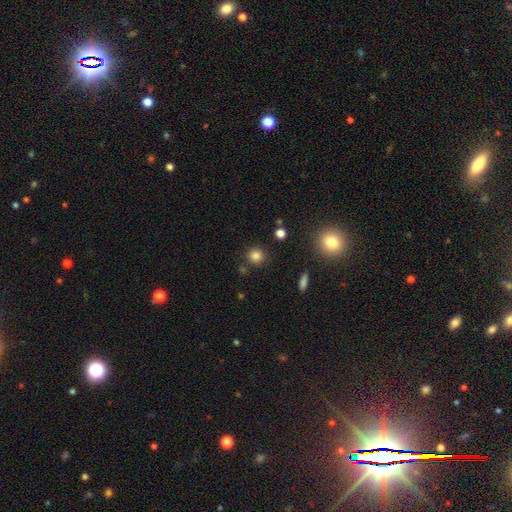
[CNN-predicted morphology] Smooth or featured? smooth (83%)
How rounded? round (92%)
Merging? none (85%)